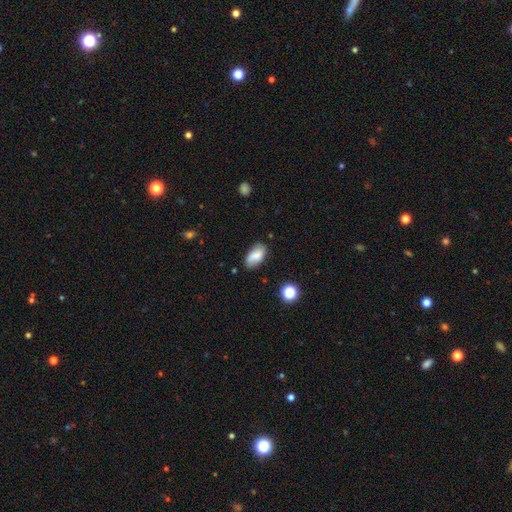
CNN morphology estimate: Smooth or featured?
  - smooth: 74% *
  - featured or disk: 17%
  - star or artifact: 9%
How rounded?
  - in between: 92% *
  - round: 5%
  - cigar-shaped: 3%
Merging?
  - none: 70% *
  - minor disturbance: 22%
  - major disturbance: 5%
  - merger: 3%